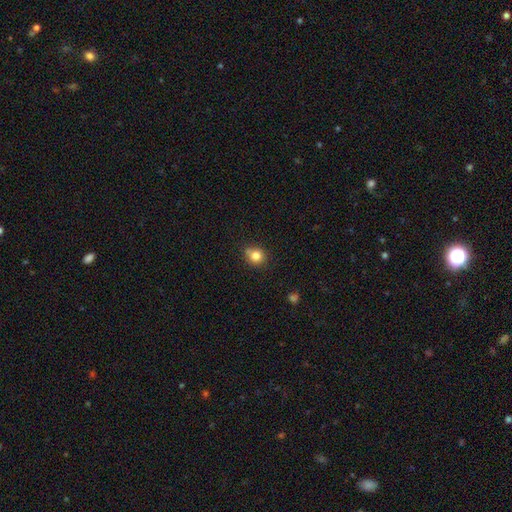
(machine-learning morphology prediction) The model was most divided on "merging": none: 72%, minor disturbance: 16%, merger: 8%, major disturbance: 4%. More confident: how rounded — round (83%); smooth or featured — smooth (81%).